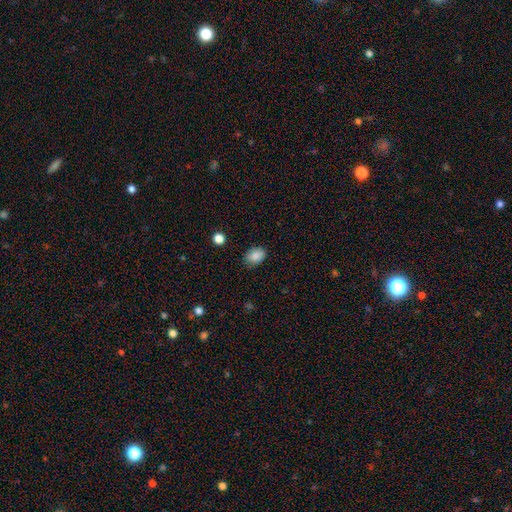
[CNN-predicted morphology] Smooth or featured? smooth (87%)
How rounded? in between (79%)
Merging? none (81%)